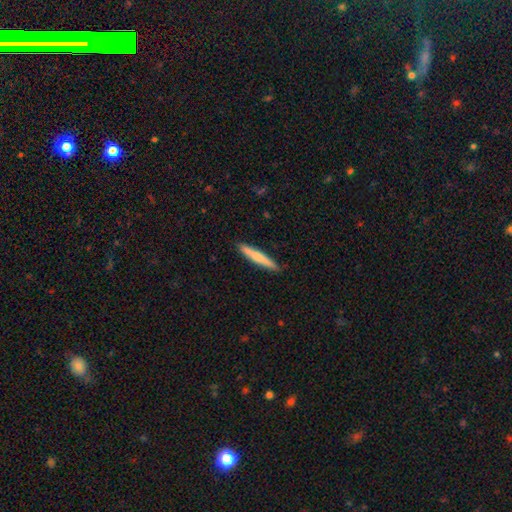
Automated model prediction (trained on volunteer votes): Morphology: type=smooth (67%); roundness=cigar-shaped (94%); merging=none (91%).